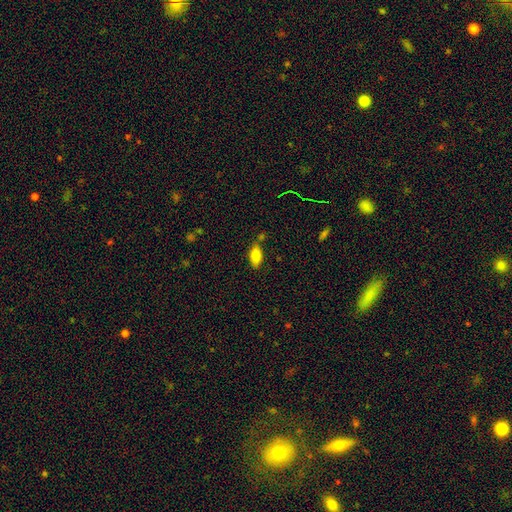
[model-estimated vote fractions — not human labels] smooth 80%, featured or disk 12%, star or artifact 8%. Down the decision tree: how rounded — in between (87%); merging — none (71%).